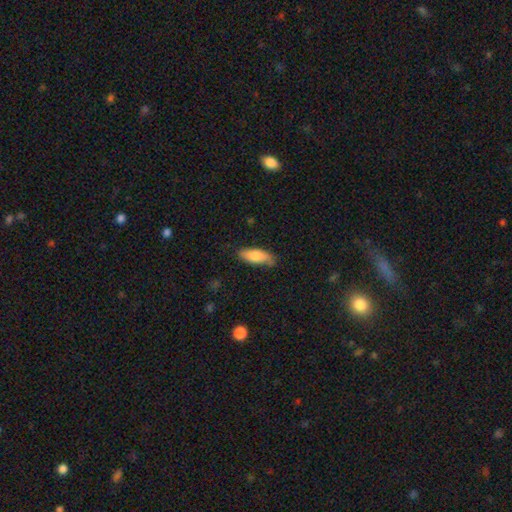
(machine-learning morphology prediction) type=smooth (79%); roundness=in between (68%); merging=none (72%).